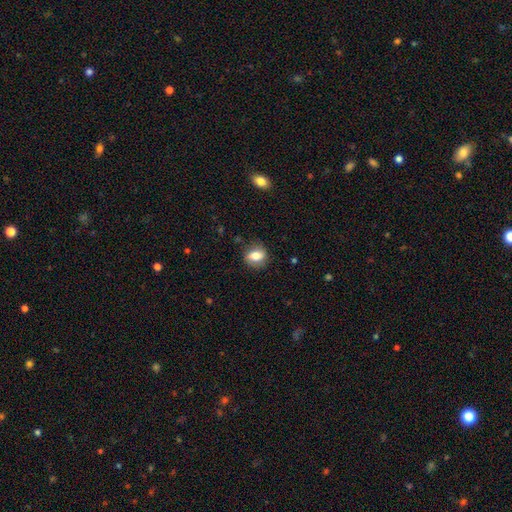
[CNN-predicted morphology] The model was most divided on "how rounded" (2-way tie): round: 49%, in between: 49%, cigar-shaped: 2%. More confident: merging — none (79%); smooth or featured — smooth (70%).